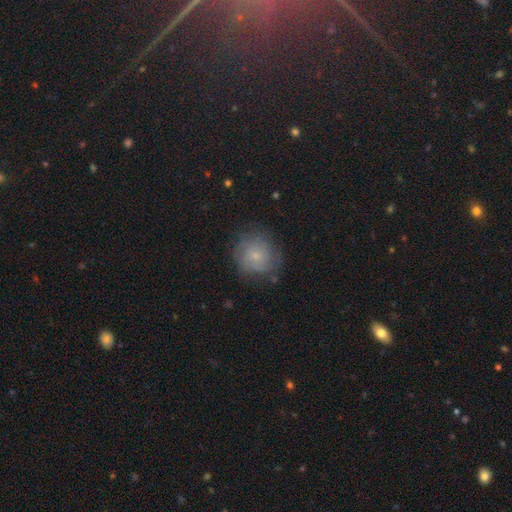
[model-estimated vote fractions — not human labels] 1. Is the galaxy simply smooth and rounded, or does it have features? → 62% smooth, 28% featured or disk, 10% star or artifact.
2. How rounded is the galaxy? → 87% round, 12% in between, 1% cigar-shaped.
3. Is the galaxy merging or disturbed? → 71% none, 20% minor disturbance, 7% major disturbance, 2% merger.